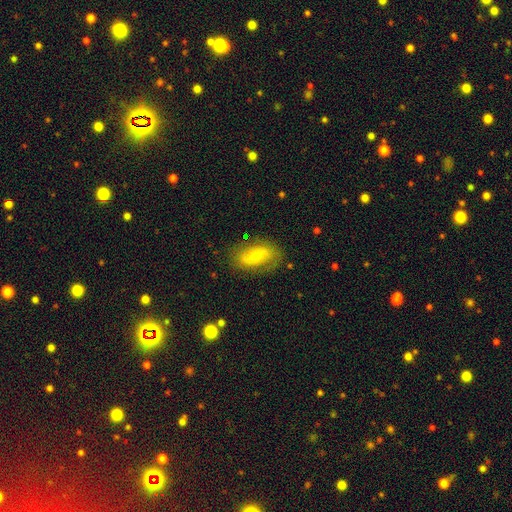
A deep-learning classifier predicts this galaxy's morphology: Smooth or featured? featured or disk (50%)
Merging? none (78%)